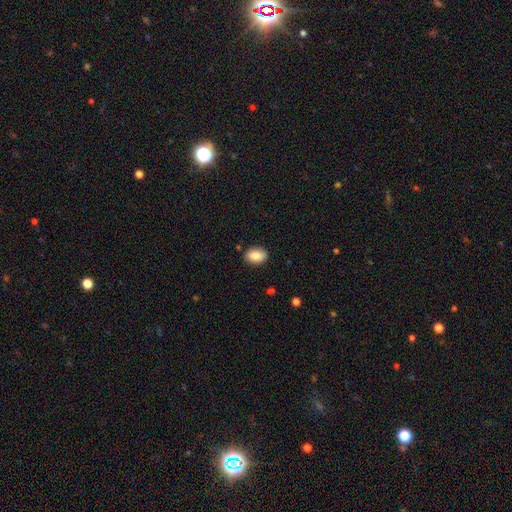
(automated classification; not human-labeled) A smooth galaxy with no disk features (87%) that is in between round and cigar-shaped (83%). Merging: none (87%).